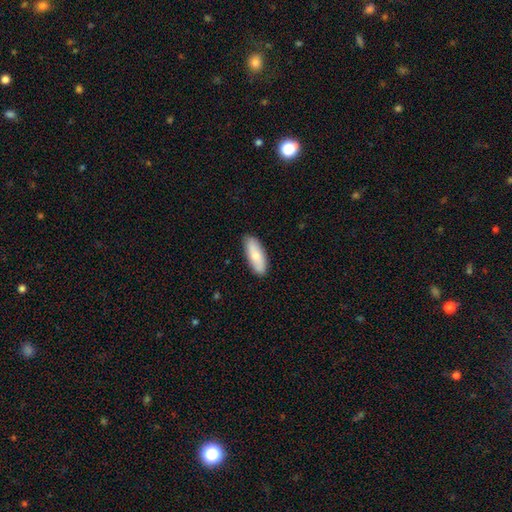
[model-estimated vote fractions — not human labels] Smooth or featured: smooth — 78% (featured or disk — 17%)
How rounded: in between — 70% (cigar-shaped — 28%)
Merging: none — 87% (minor disturbance — 10%)